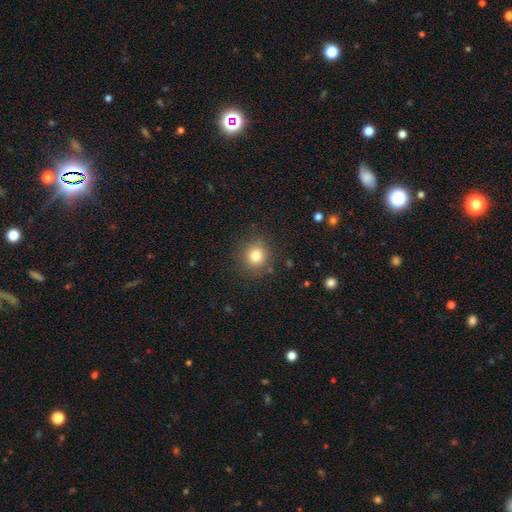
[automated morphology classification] smooth 80%, star or artifact 13%, featured or disk 7%. Down the decision tree: how rounded — round (90%); merging — none (87%).